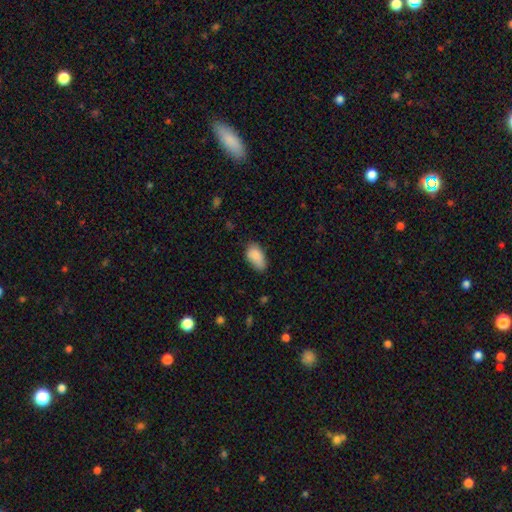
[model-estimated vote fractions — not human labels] A smooth galaxy with no disk features (86%) that is in between round and cigar-shaped (93%).

Vote fractions:
- Smooth or featured? smooth: 86% / star or artifact: 7% / featured or disk: 7%
- How rounded? in between: 93% / round: 4% / cigar-shaped: 3%
- Merging? none: 61% / minor disturbance: 32% / major disturbance: 6% / merger: 2%